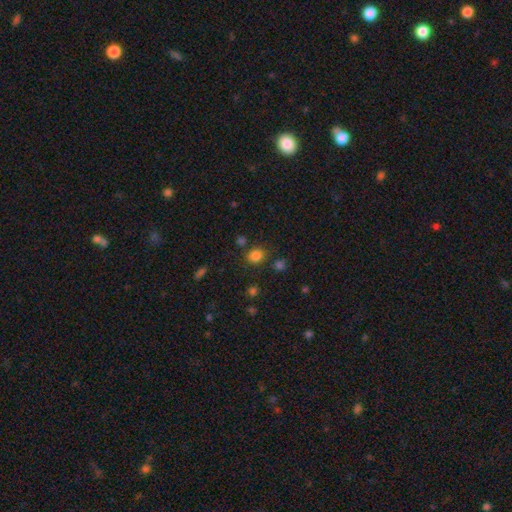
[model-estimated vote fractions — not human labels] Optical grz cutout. It shows a smooth galaxy with no disk features (81%) that is round (72%). Merging: none (80%).